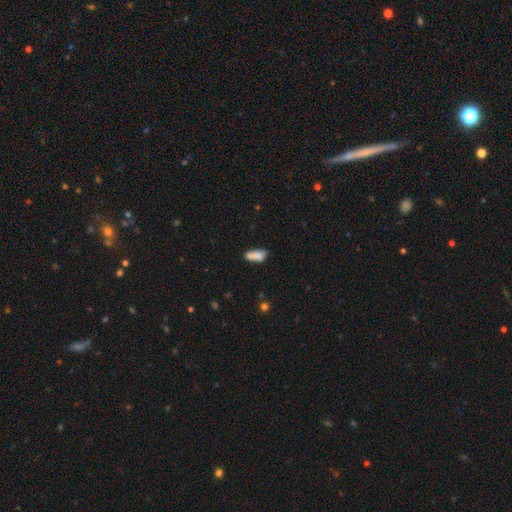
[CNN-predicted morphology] smooth 82%, featured or disk 10%, star or artifact 8%. Down the decision tree: how rounded — in between (72%); merging — none (60%).